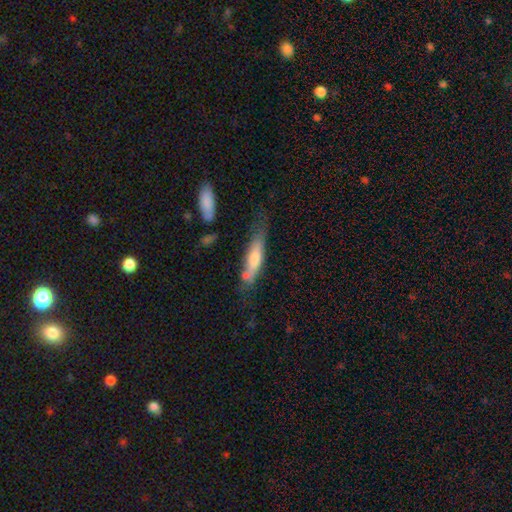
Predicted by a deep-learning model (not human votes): Smooth or featured? smooth (56%)
How rounded? cigar-shaped (76%)
Merging? none (52%)